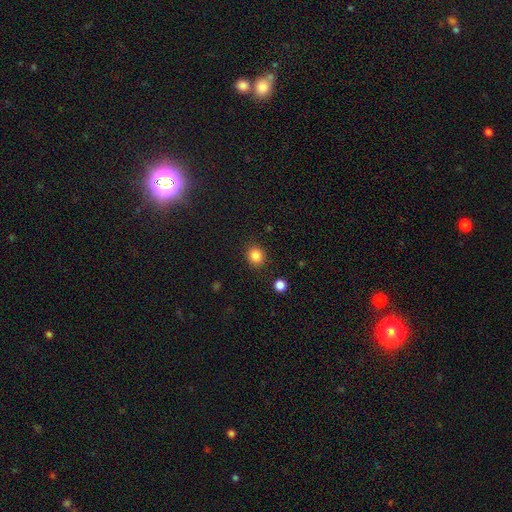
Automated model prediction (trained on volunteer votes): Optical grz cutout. It shows a smooth galaxy with no disk features (85%) that is round (83%). Merging: none (89%).